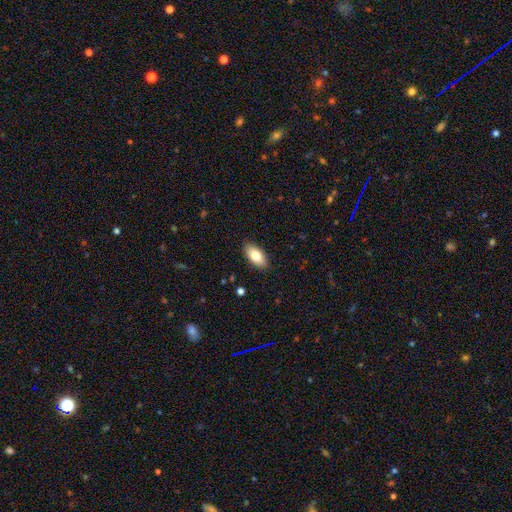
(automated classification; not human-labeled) smooth 81%, featured or disk 12%, star or artifact 7%. Down the decision tree: how rounded — in between (93%); merging — none (89%).